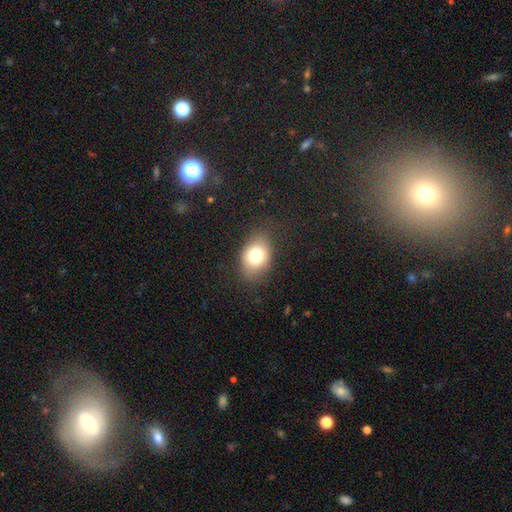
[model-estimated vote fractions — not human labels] The model was most divided on "how rounded": in between: 75%, round: 24%, cigar-shaped: 1%. More confident: merging — none (78%); smooth or featured — smooth (78%).